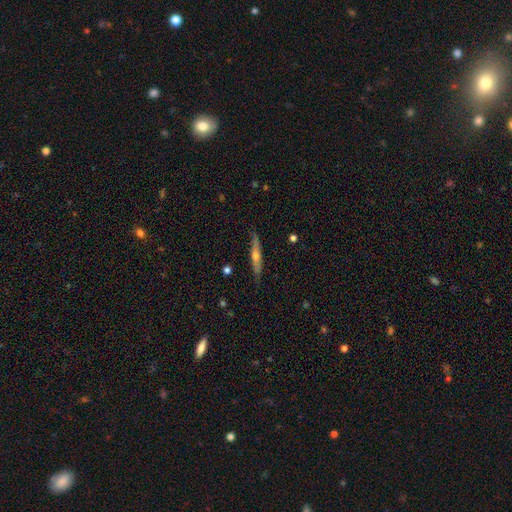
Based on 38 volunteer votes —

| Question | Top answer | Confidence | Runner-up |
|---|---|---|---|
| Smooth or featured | featured or disk | 63% | smooth (37%) |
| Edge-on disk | yes | 96% | no (4%) |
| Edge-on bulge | rounded | 74% | none (22%) |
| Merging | none | 76% | minor disturbance (16%) |